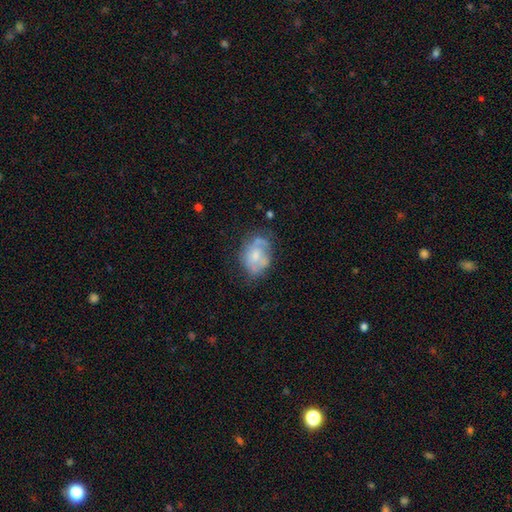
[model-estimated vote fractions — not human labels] smooth-or-featured: featured or disk: 52% | smooth: 39% | star or artifact: 8%
  disk-edge-on: no: 97% | yes: 3%
    bar: no: 78% | weak: 19% | strong: 3%
    has-spiral-arms: no: 54% | yes: 46%
    bulge-size: small: 44% | moderate: 41% | none: 10% | large: 4% | dominant: 1%
  merging: none: 48% | minor disturbance: 29% | major disturbance: 18% | merger: 6%